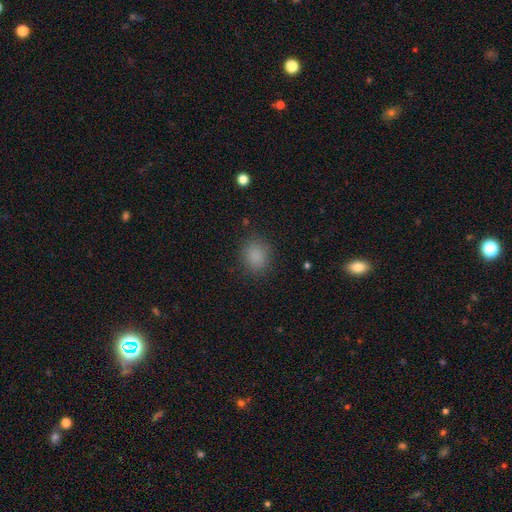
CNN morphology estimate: smooth_or_featured: smooth (p=0.84) [alt: star or artifact p=0.12]
how_rounded: round (p=0.67) [alt: in between p=0.32]
merging: none (p=0.85) [alt: minor disturbance p=0.10]